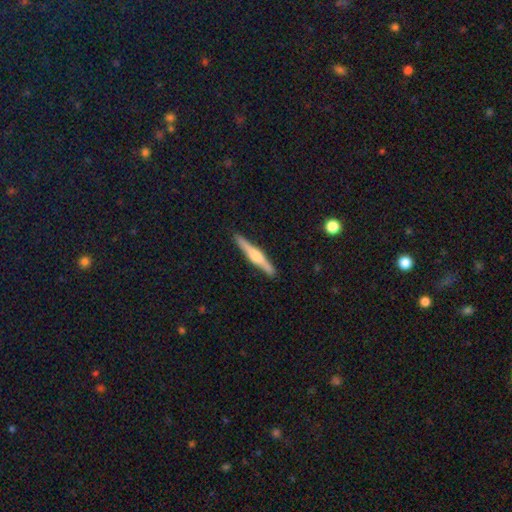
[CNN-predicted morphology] Smooth or featured?
  - featured or disk: 68% *
  - smooth: 26%
  - star or artifact: 5%
Edge-on disk?
  - yes: 98% *
  - no: 2%
Edge-on bulge?
  - rounded: 79% *
  - boxy: 15%
  - none: 6%
Merging?
  - none: 91% *
  - minor disturbance: 7%
  - major disturbance: 1%
  - merger: 1%